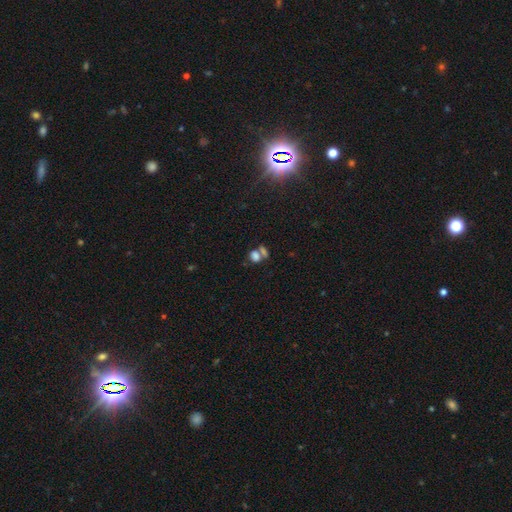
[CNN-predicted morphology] smooth 70%, star or artifact 19%, featured or disk 11%. Down the decision tree: how rounded — in between (60%); merging — merger (48%).